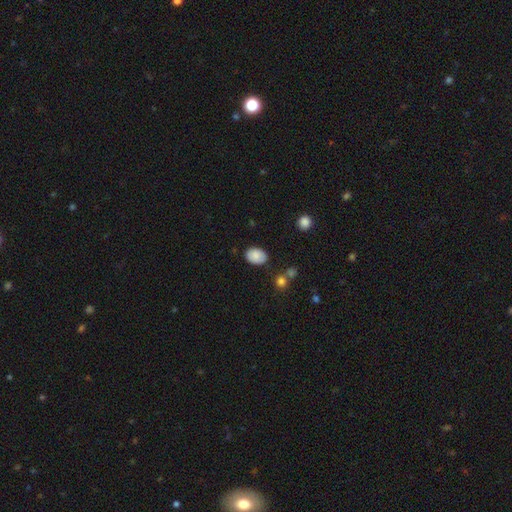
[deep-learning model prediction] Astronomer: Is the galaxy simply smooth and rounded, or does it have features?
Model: smooth — 86%.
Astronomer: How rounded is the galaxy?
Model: in between — 79%.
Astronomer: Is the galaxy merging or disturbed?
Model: none — 81%.